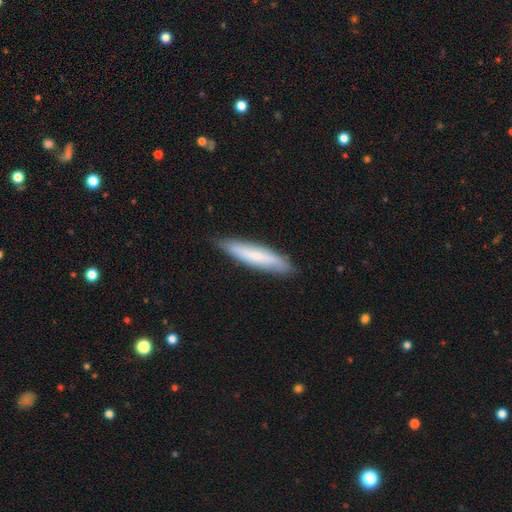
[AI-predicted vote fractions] Overall: smooth (66%; featured or disk 28%). How rounded: cigar-shaped (84%). Merging: none (86%).